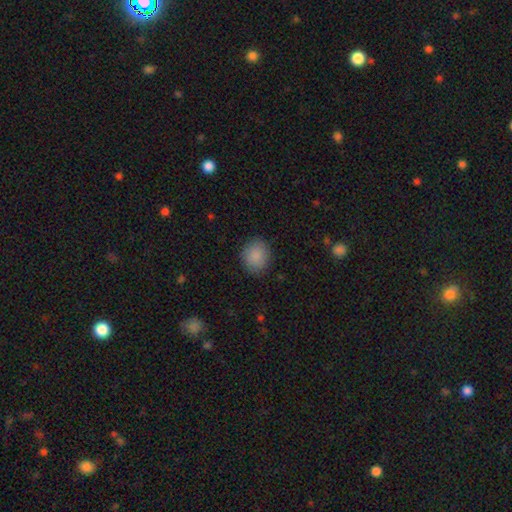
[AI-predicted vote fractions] This appears to be a smooth galaxy with no disk features (88%) that is round (74%). Merging: none (87%).